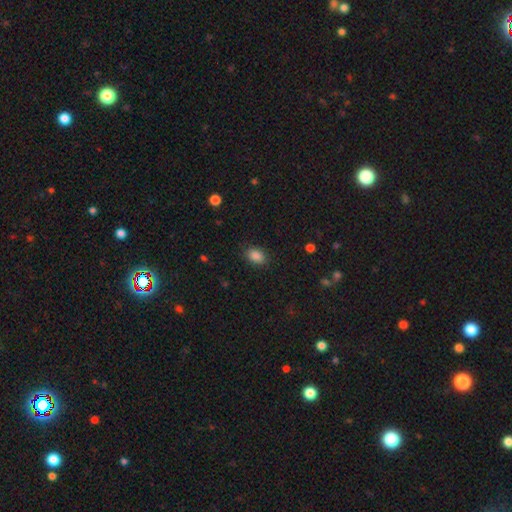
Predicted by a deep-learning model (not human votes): Smooth or featured? Predicted: smooth (p=0.87). How rounded? Predicted: in between (p=0.80). Merging? Predicted: none (p=0.85).